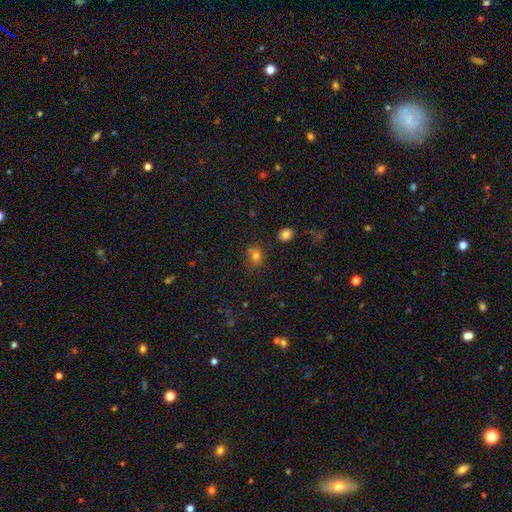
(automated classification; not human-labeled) smooth 75%, star or artifact 17%, featured or disk 8%. Down the decision tree: how rounded — round (65%); merging — none (65%).